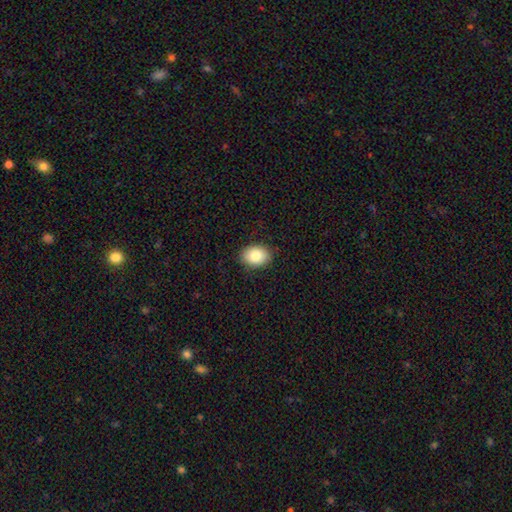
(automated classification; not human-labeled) Smooth or featured?
  - smooth: 86% *
  - star or artifact: 7%
  - featured or disk: 6%
How rounded?
  - in between: 72% *
  - round: 27%
  - cigar-shaped: 1%
Merging?
  - none: 88% *
  - minor disturbance: 9%
  - major disturbance: 2%
  - merger: 1%